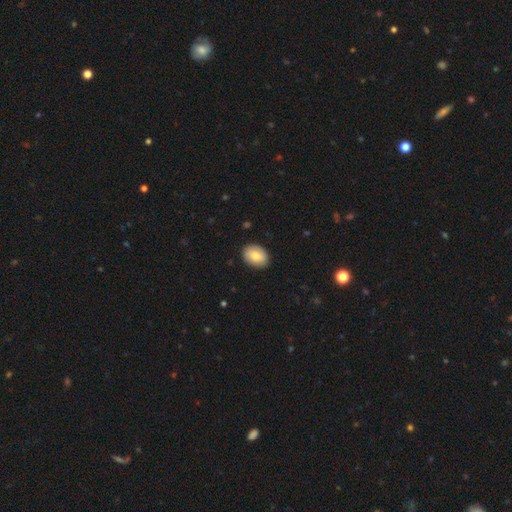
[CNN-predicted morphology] A smooth galaxy with no disk features (82%) that is in between round and cigar-shaped (76%).

Vote fractions:
- Smooth or featured? smooth: 82% / featured or disk: 11% / star or artifact: 6%
- How rounded? in between: 76% / round: 23% / cigar-shaped: 1%
- Merging? none: 88% / minor disturbance: 9% / major disturbance: 2% / merger: 1%